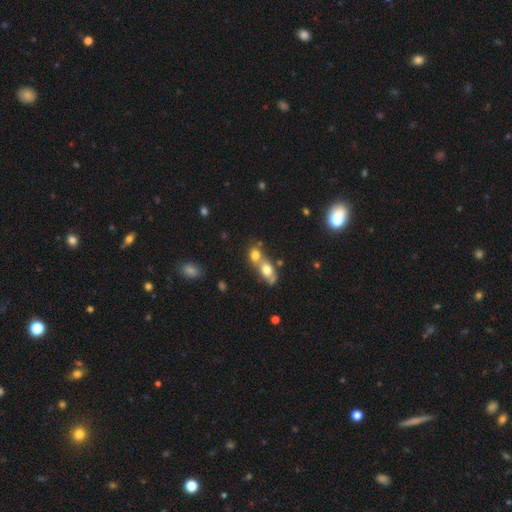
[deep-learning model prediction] Smooth or featured: smooth — 72% (featured or disk — 17%)
How rounded: round — 49% (in between — 47%)
Merging: merger — 65% (none — 25%)